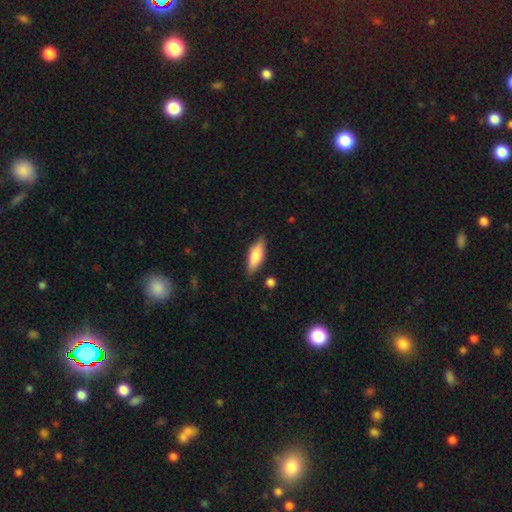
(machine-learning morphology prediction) smooth-or-featured: smooth: 76% | featured or disk: 18% | star or artifact: 6%
  how-rounded: in between: 63% | cigar-shaped: 35% | round: 2%
  merging: none: 83% | minor disturbance: 12% | major disturbance: 2% | merger: 2%